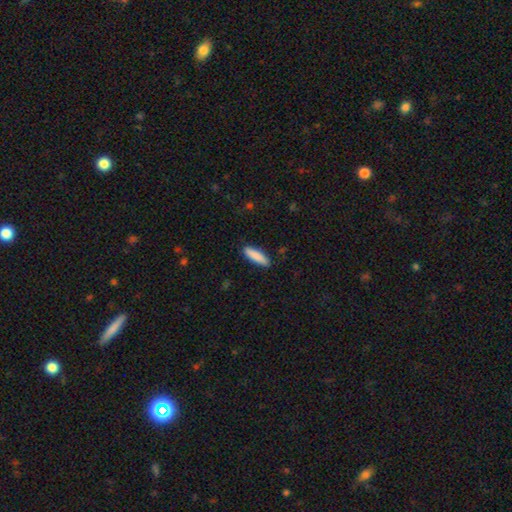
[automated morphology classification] smooth-or-featured: smooth: 87% | featured or disk: 7% | star or artifact: 6%
  how-rounded: cigar-shaped: 65% | in between: 33% | round: 1%
  merging: none: 88% | minor disturbance: 9% | major disturbance: 2% | merger: 1%